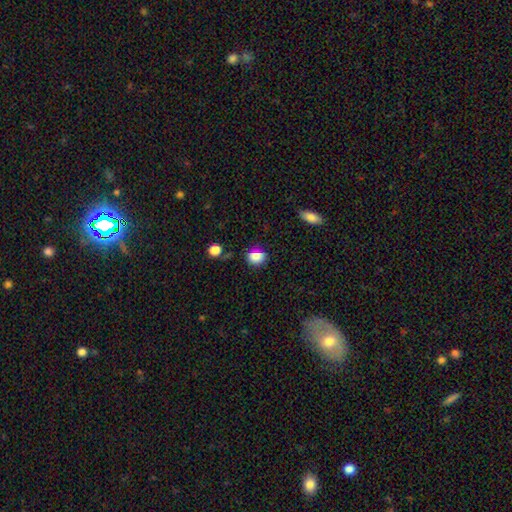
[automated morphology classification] Q: Smooth or featured?
A: smooth (80%); runner-up: star or artifact (15%)
Q: How rounded?
A: round (52%); runner-up: in between (46%)
Q: Merging?
A: none (79%); runner-up: minor disturbance (14%)